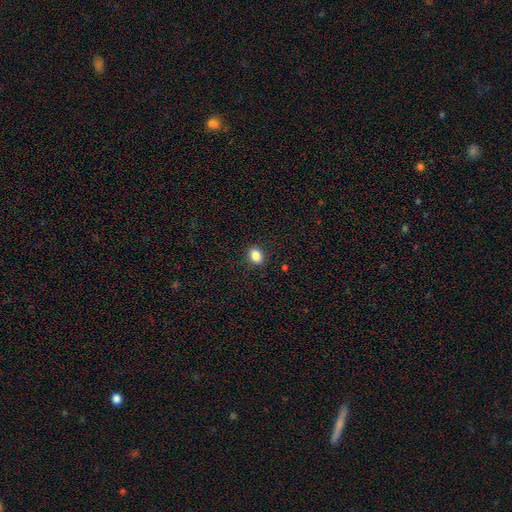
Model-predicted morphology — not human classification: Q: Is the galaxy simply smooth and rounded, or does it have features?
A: smooth — 85%.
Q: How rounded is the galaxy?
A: in between — 65%.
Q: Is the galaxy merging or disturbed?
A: none — 88%.